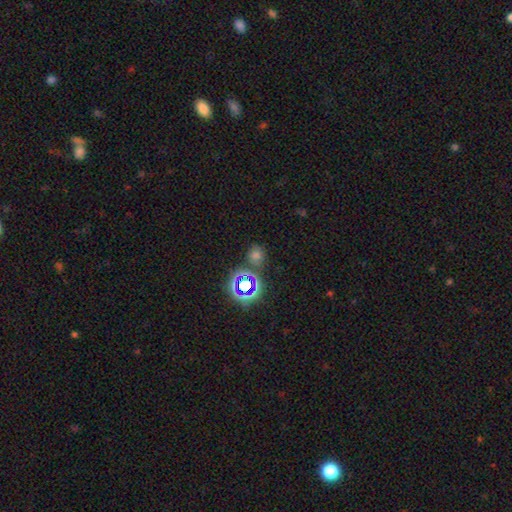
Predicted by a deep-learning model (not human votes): Smooth or featured? smooth (52%)
How rounded? round (79%)
Merging? none (71%)